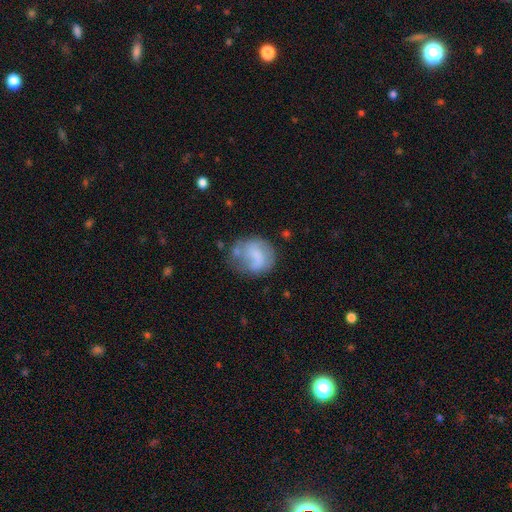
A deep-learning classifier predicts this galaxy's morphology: Overall: smooth (50%; featured or disk 42%). Merging: none (45%; minor disturbance 25%).